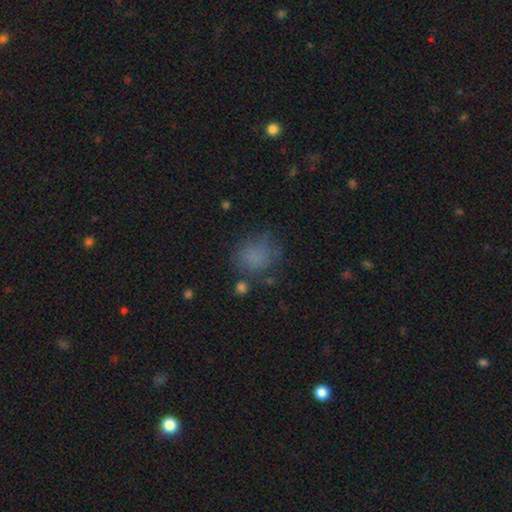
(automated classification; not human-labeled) Smooth or featured?
  - smooth: 74% *
  - star or artifact: 15%
  - featured or disk: 10%
How rounded?
  - round: 73% *
  - in between: 26%
  - cigar-shaped: 1%
Merging?
  - none: 64% *
  - minor disturbance: 20%
  - major disturbance: 12%
  - merger: 5%